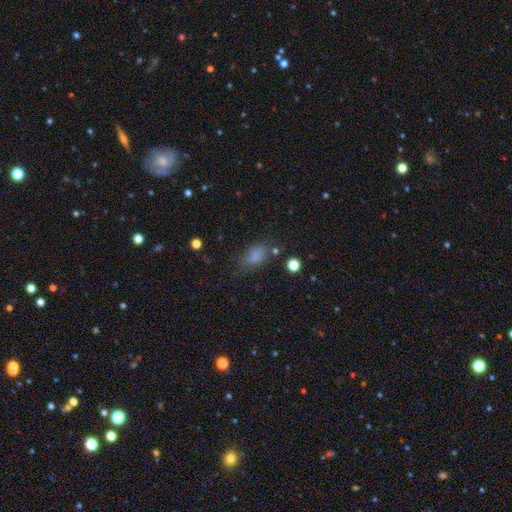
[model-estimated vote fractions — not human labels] smooth-or-featured: smooth: 79% | star or artifact: 14% | featured or disk: 7%
  how-rounded: in between: 85% | round: 11% | cigar-shaped: 4%
  merging: none: 65% | minor disturbance: 21% | major disturbance: 9% | merger: 4%